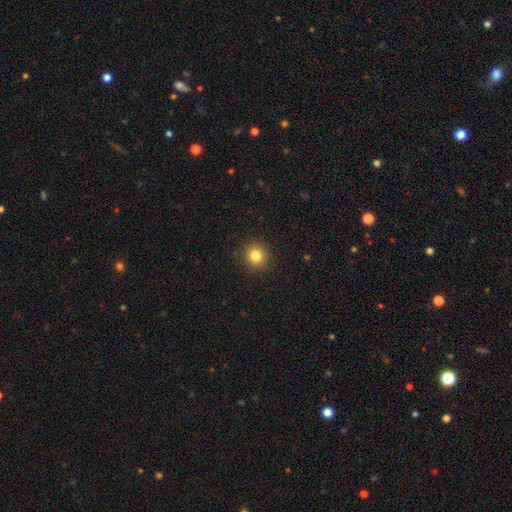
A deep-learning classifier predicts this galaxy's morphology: Smooth or featured?
  - smooth: 82% *
  - star or artifact: 12%
  - featured or disk: 6%
How rounded?
  - round: 92% *
  - in between: 7%
  - cigar-shaped: 1%
Merging?
  - none: 91% *
  - minor disturbance: 6%
  - major disturbance: 2%
  - merger: 1%